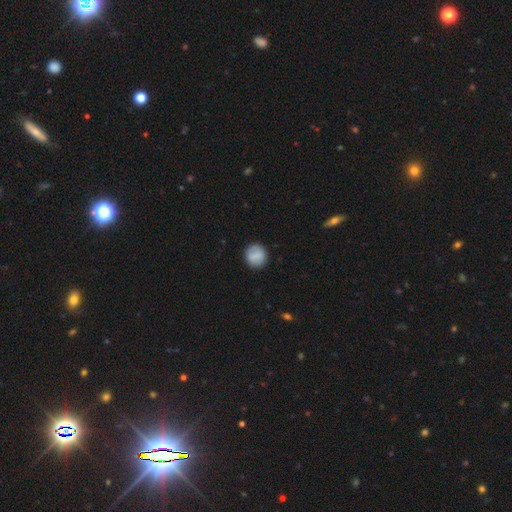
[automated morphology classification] This appears to be a smooth galaxy with no disk features (78%) that is round (87%). Merging: none (88%).